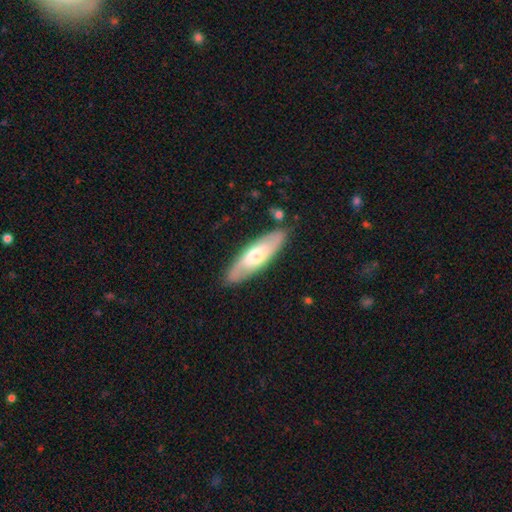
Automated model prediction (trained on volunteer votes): Overall: smooth (52%; featured or disk 43%). How rounded: cigar-shaped (52%; in between 46%). Merging: none (84%).